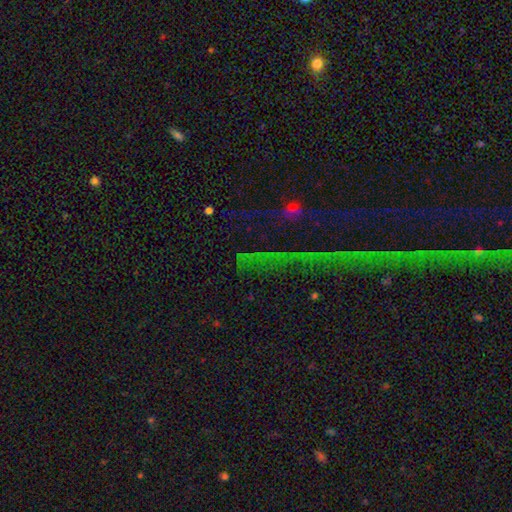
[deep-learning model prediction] A star or artifact, not a galaxy (72%).

Vote fractions:
- Smooth or featured? star or artifact: 72% / smooth: 15% / featured or disk: 13%